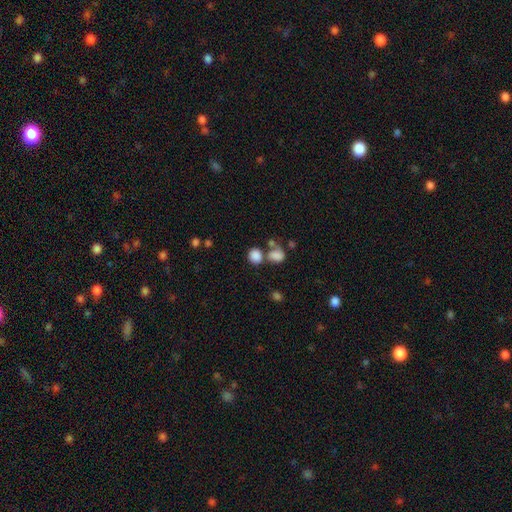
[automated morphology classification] smooth-or-featured: smooth: 83% | star or artifact: 10% | featured or disk: 7%
  how-rounded: round: 70% | in between: 29% | cigar-shaped: 1%
  merging: none: 48% | merger: 36% | minor disturbance: 11% | major disturbance: 6%